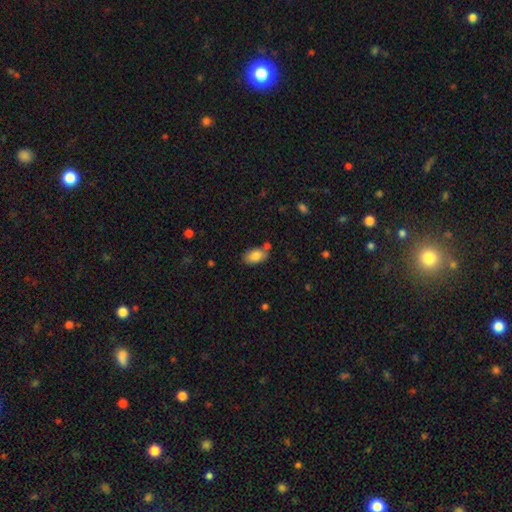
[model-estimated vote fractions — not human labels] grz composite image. It shows a smooth galaxy with no disk features (82%) that is in between round and cigar-shaped (92%). Merging: none (66%).